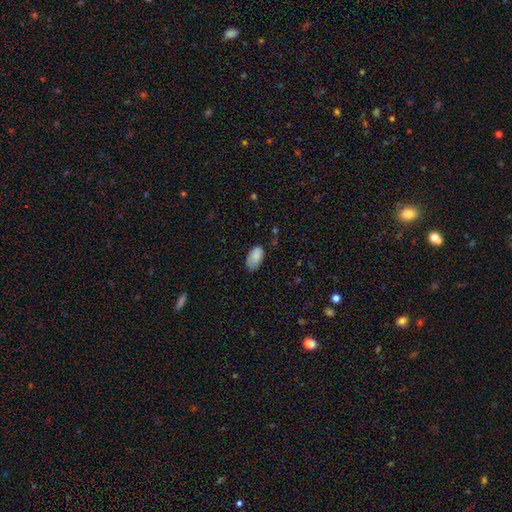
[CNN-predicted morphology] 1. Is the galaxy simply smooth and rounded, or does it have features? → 85% smooth, 8% featured or disk, 7% star or artifact.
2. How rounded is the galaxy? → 95% in between, 3% round, 2% cigar-shaped.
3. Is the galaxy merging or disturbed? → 69% none, 25% minor disturbance, 5% major disturbance, 2% merger.